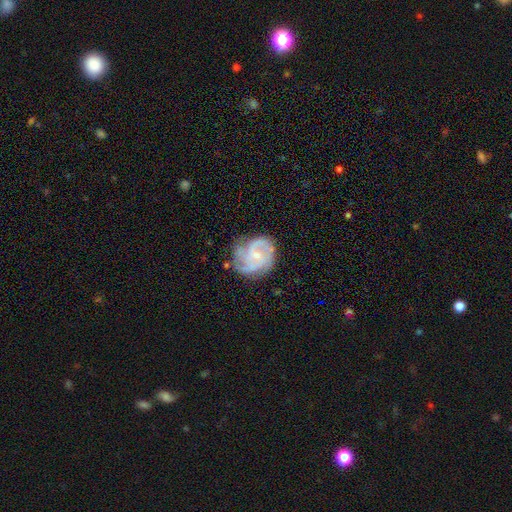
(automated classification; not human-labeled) This is clearly a featured or disk galaxy (84%). It is clearly not viewed edge-on (98%). Bar: possibly no (58%). Spiral arm pattern: clearly yes (95%). Spiral arm count: marginally 3 (37%). Spiral winding: possibly medium (45%). Central bulge: likely small (71%). Merging: likely none (66%).